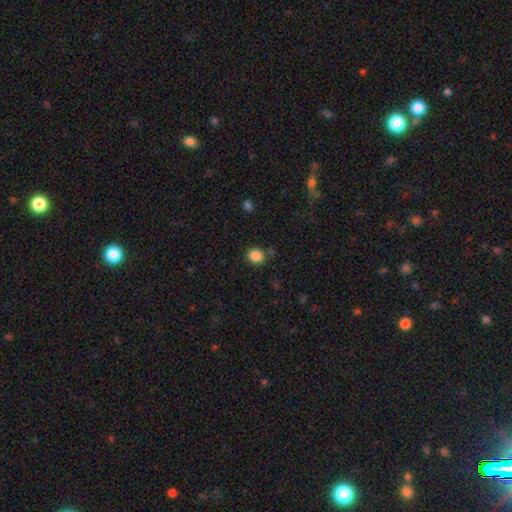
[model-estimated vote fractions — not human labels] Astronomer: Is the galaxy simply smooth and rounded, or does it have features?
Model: smooth — 86%.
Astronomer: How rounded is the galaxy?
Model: round — 81%.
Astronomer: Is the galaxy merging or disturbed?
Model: none — 85%.